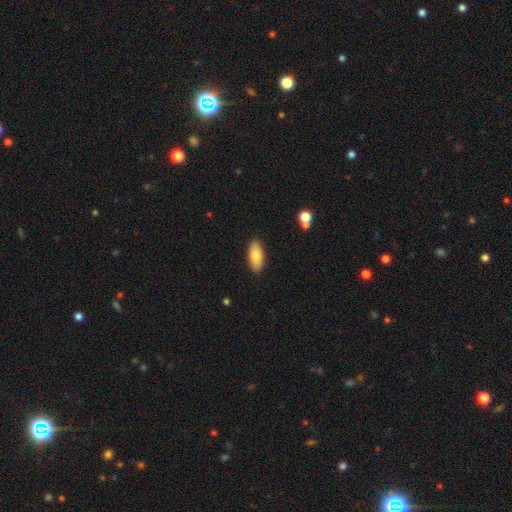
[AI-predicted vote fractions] Morphology: type=smooth (81%); roundness=in between (86%); merging=none (88%).